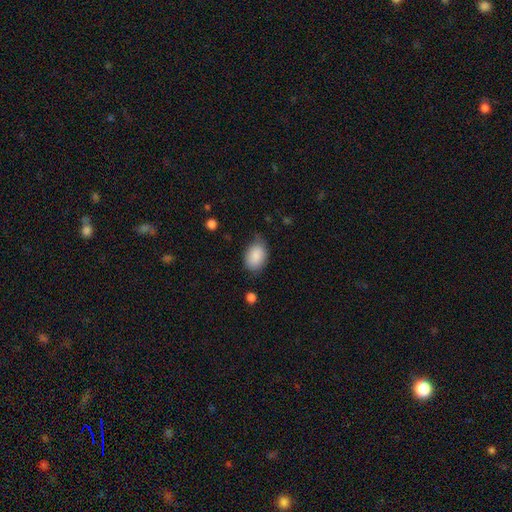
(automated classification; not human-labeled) Smooth or featured: smooth — 88% (star or artifact — 7%)
How rounded: in between — 82% (round — 17%)
Merging: none — 63% (minor disturbance — 29%)